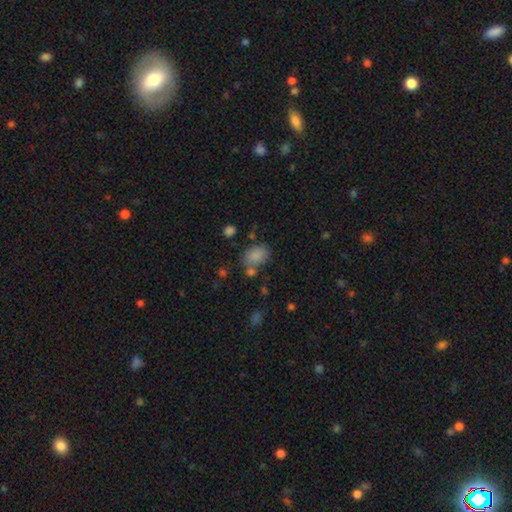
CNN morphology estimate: Smooth or featured?
  - smooth: 83% *
  - star or artifact: 10%
  - featured or disk: 7%
How rounded?
  - in between: 79% *
  - round: 20%
  - cigar-shaped: 1%
Merging?
  - none: 62% *
  - minor disturbance: 17%
  - merger: 15%
  - major disturbance: 7%